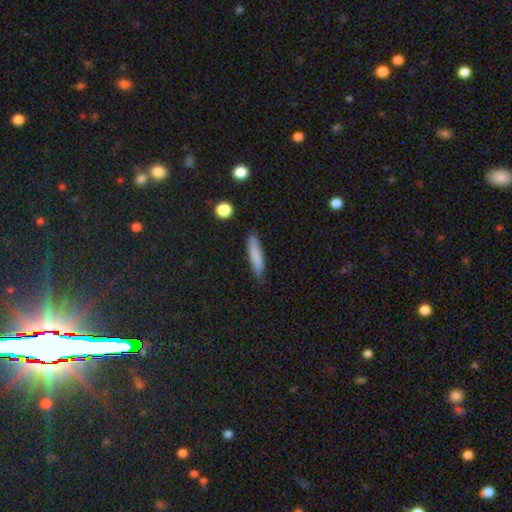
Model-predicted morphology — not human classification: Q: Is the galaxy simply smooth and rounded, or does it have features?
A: smooth — 81%.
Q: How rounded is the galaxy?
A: cigar-shaped — 85%.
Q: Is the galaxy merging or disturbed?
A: none — 80%.